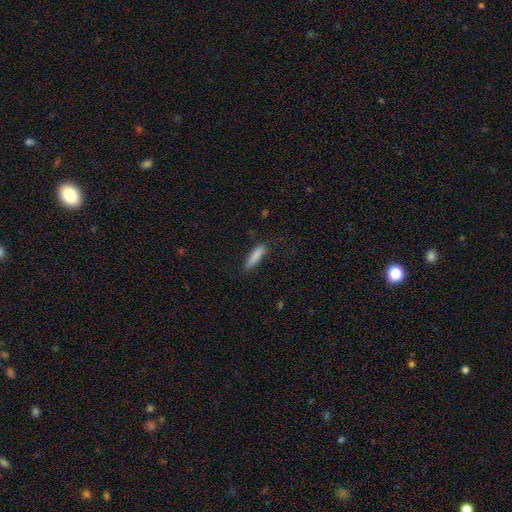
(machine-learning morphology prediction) A smooth galaxy with no disk features (85%) that is cigar-shaped (72%). Merging: none (81%).